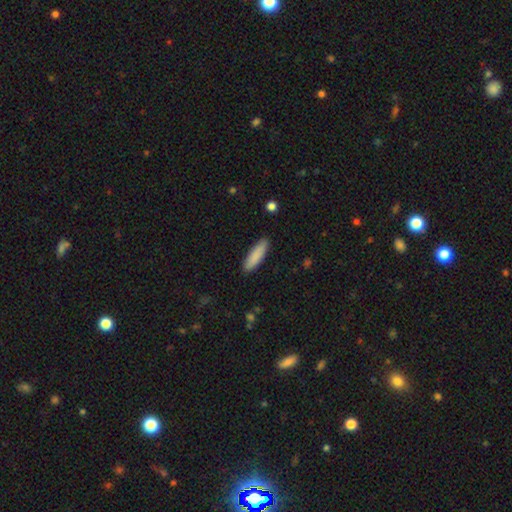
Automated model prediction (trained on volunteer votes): Smooth or featured? Predicted: smooth (p=0.88). How rounded? Predicted: cigar-shaped (p=0.65). Merging? Predicted: none (p=0.89).